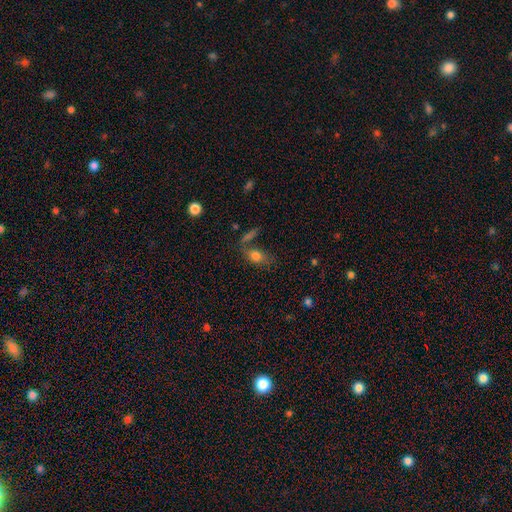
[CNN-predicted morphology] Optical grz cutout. It shows a smooth galaxy with no disk features (75%) that is in between round and cigar-shaped (79%). Merging: none (53%).